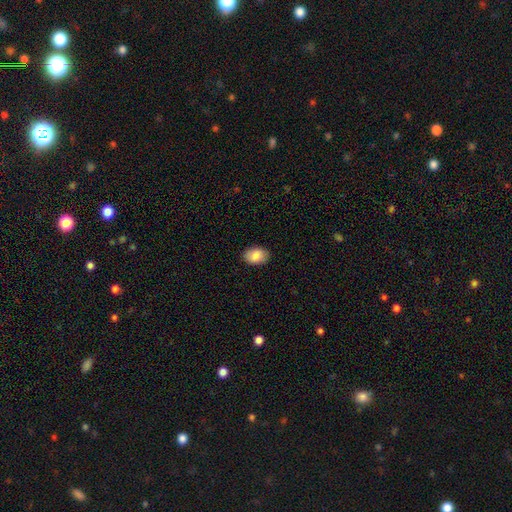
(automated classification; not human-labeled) Q: Smooth or featured?
A: smooth (85%); runner-up: featured or disk (8%)
Q: How rounded?
A: in between (83%); runner-up: round (16%)
Q: Merging?
A: none (89%); runner-up: minor disturbance (8%)